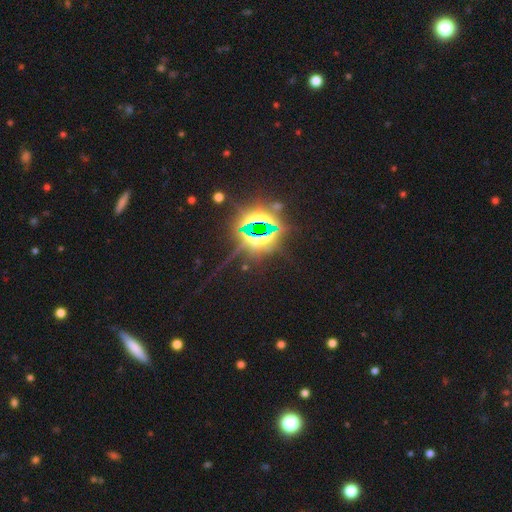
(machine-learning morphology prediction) A star or artifact, not a galaxy (81%).